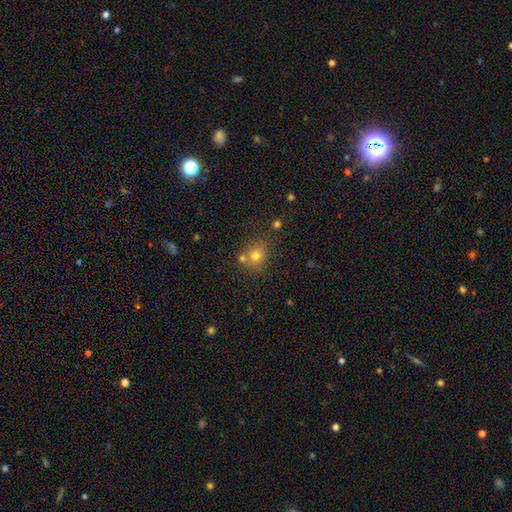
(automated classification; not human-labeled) The model was most divided on "merging": none: 66%, merger: 19%, minor disturbance: 12%, major disturbance: 4%. More confident: how rounded — round (83%); smooth or featured — smooth (74%).